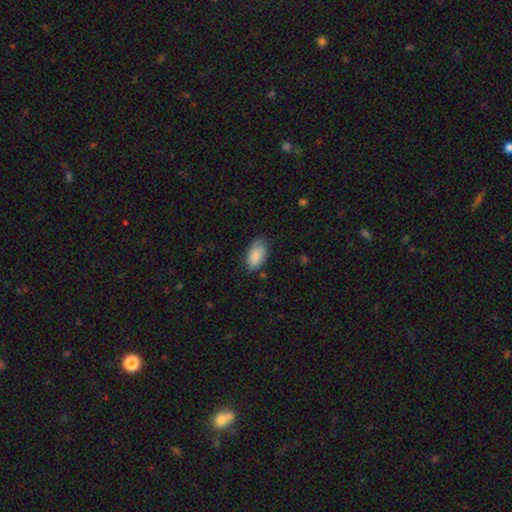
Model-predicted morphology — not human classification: smooth 85%, featured or disk 8%, star or artifact 6%. Down the decision tree: how rounded — in between (94%); merging — none (71%).